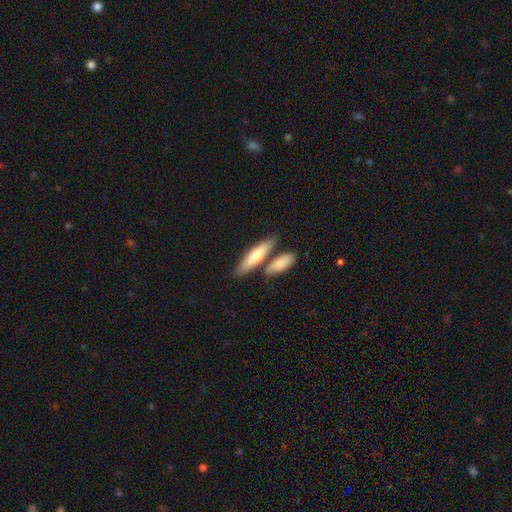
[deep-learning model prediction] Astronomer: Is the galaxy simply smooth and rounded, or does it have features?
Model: smooth — 64%.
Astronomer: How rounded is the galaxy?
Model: cigar-shaped — 68%.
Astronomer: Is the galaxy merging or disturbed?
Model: none — 62%.